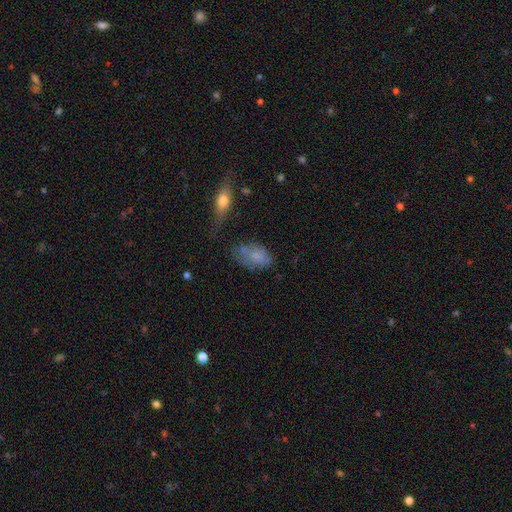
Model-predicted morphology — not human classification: smooth_or_featured: smooth (p=0.69) [alt: featured or disk p=0.21]
how_rounded: in between (p=0.91) [alt: round p=0.06]
merging: none (p=0.46) [alt: minor disturbance p=0.32]